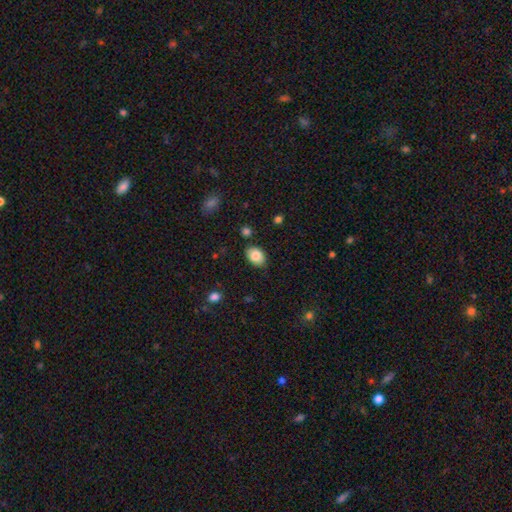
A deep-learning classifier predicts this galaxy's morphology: This is clearly a smooth galaxy (85%). How rounded: clearly in between (80%). Merging: clearly none (82%).